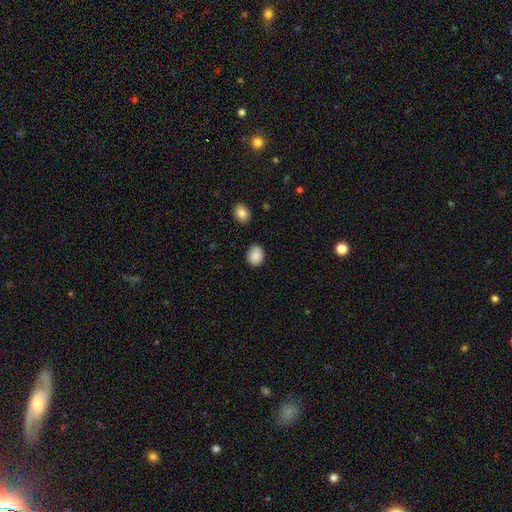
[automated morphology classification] smooth 88%, star or artifact 8%, featured or disk 4%. Down the decision tree: how rounded — round (53%); merging — none (79%).